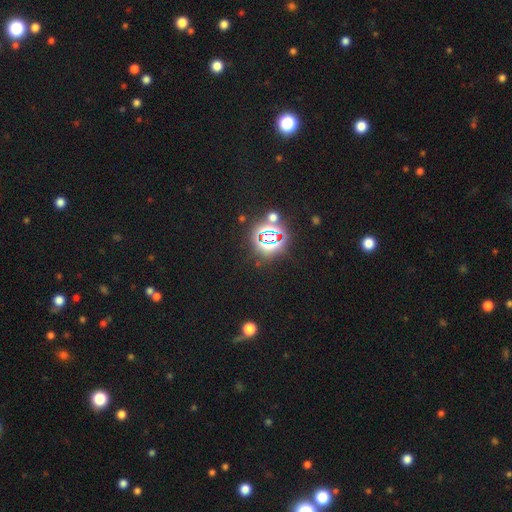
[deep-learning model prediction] Smooth or featured? Predicted: star or artifact (p=0.78).